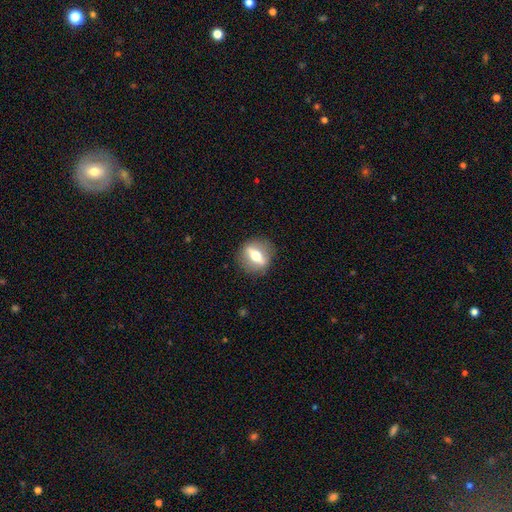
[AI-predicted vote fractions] Q: Smooth or featured?
A: featured or disk (60%); runner-up: smooth (32%)
Q: Edge-on disk?
A: yes (55%); runner-up: no (45%)
Q: Merging?
A: none (87%); runner-up: minor disturbance (8%)